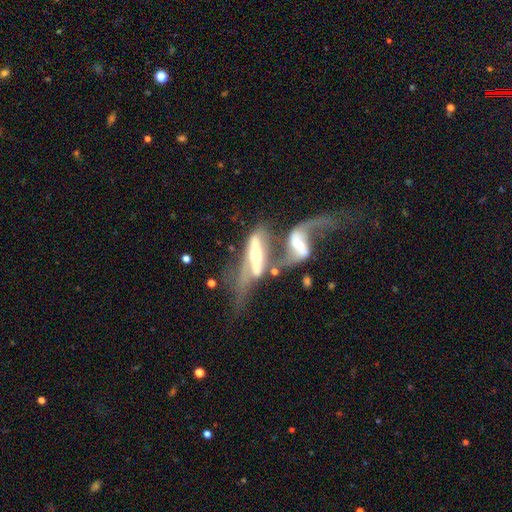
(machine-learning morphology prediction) type=featured or disk (74%); edge-on=no (60%); merging=merger (67%).